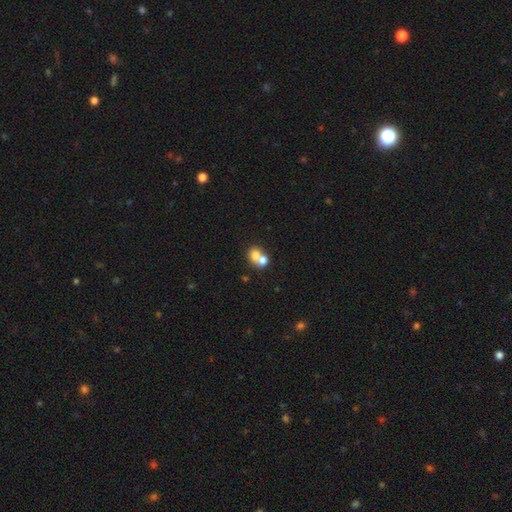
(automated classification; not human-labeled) This appears to be a smooth galaxy with no disk features (72%) that is round (63%). Merging: merger (64%).